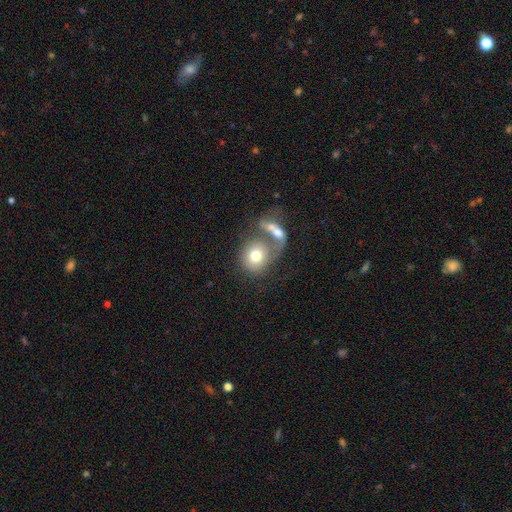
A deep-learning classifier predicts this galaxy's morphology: smooth_or_featured: smooth (p=0.67) [alt: featured or disk p=0.25]
how_rounded: round (p=0.74) [alt: in between p=0.25]
merging: merger (p=0.53) [alt: none p=0.23]